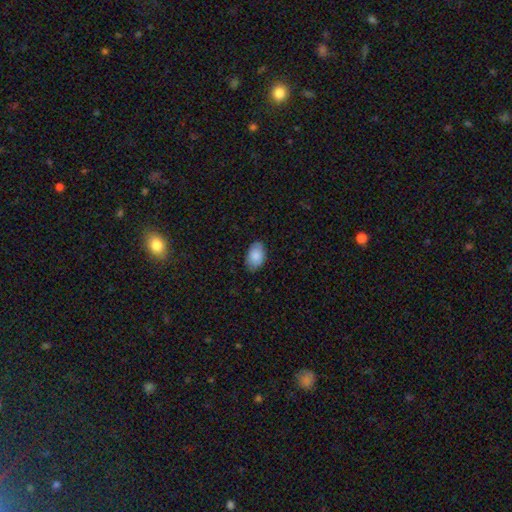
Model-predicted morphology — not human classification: Smooth or featured?
  - smooth: 87% *
  - star or artifact: 6%
  - featured or disk: 6%
How rounded?
  - in between: 91% *
  - round: 8%
  - cigar-shaped: 1%
Merging?
  - none: 83% *
  - minor disturbance: 14%
  - major disturbance: 3%
  - merger: 1%